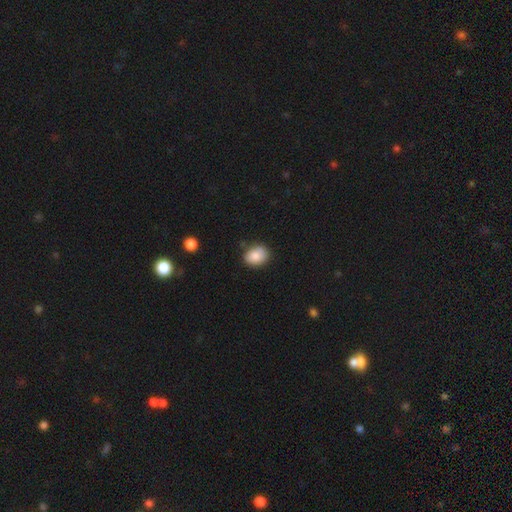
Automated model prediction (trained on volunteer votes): smooth_or_featured: smooth (p=0.86) [alt: star or artifact p=0.08]
how_rounded: in between (p=0.59) [alt: round p=0.40]
merging: none (p=0.81) [alt: minor disturbance p=0.14]